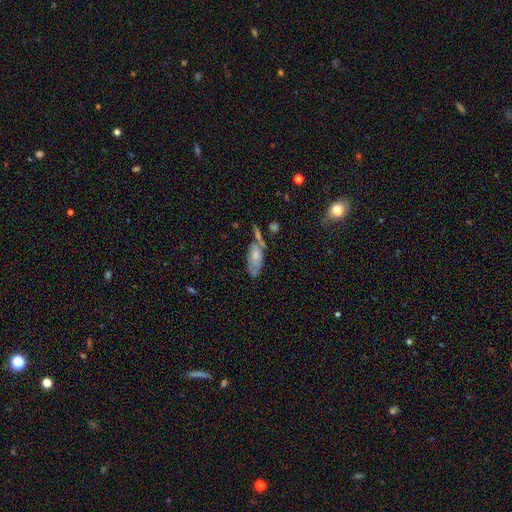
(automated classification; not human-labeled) A smooth galaxy with no disk features (60%) that is in between round and cigar-shaped (76%). Merging: none (47%).